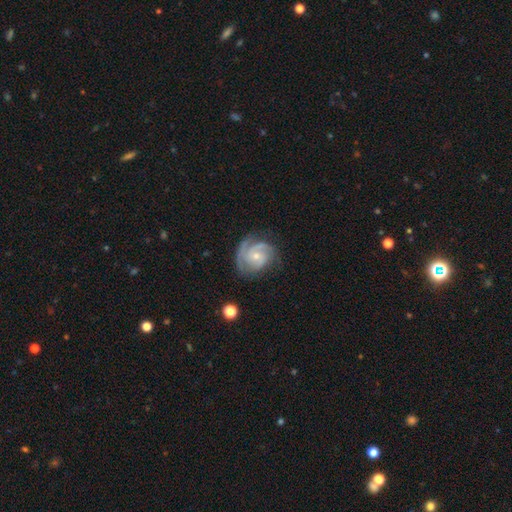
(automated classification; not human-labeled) A featured or disk galaxy (85%) with no bar (68%), 3 (37%) tight (53%) spiral arms (97%) and a small central bulge (62%). Merging: none (68%).